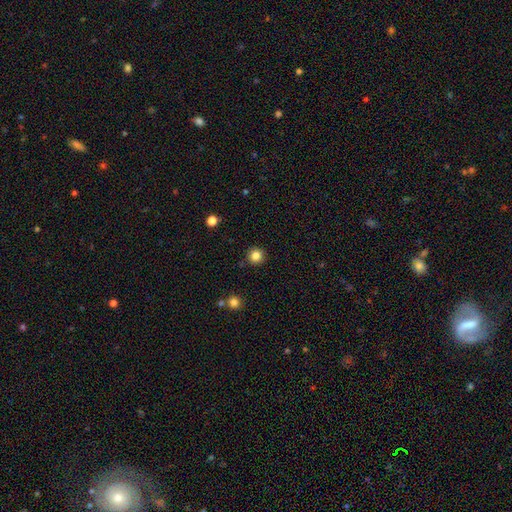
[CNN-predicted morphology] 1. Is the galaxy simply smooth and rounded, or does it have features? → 84% smooth, 11% star or artifact, 5% featured or disk.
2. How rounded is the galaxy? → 95% round, 4% in between, 1% cigar-shaped.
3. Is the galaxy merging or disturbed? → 90% none, 6% minor disturbance, 2% major disturbance, 2% merger.